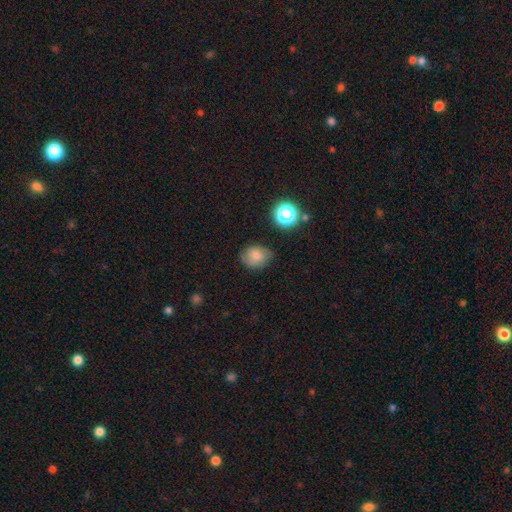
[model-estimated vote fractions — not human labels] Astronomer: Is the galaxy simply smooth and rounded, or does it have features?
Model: smooth — 76%.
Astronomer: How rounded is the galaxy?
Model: round — 50% (runner-up: in between, 49%).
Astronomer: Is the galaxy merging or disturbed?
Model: none — 70%.